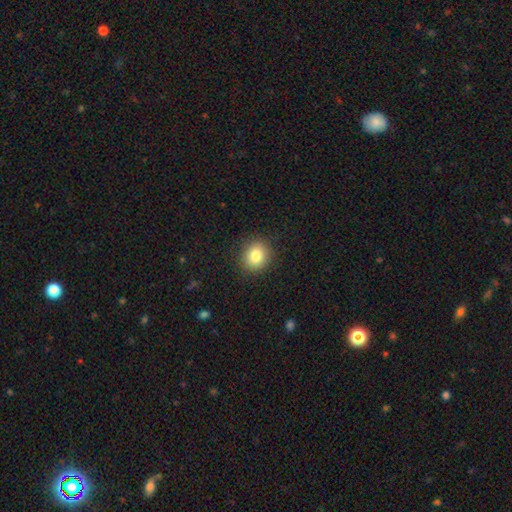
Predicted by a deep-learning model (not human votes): This is clearly a smooth galaxy (83%). How rounded: likely round (75%). Merging: clearly none (89%).